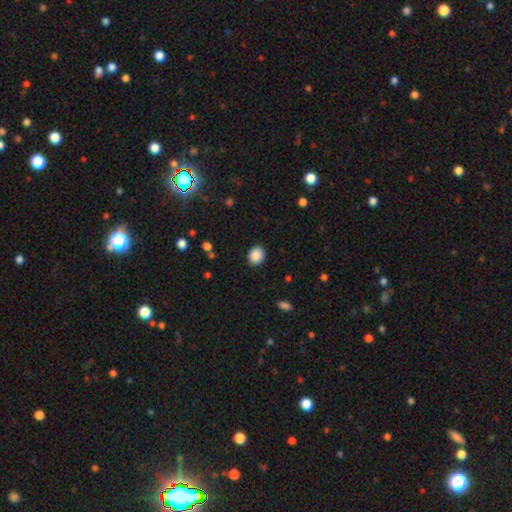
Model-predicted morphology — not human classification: Overall: smooth (87%). How rounded: round (61%; in between 38%). Merging: none (89%).